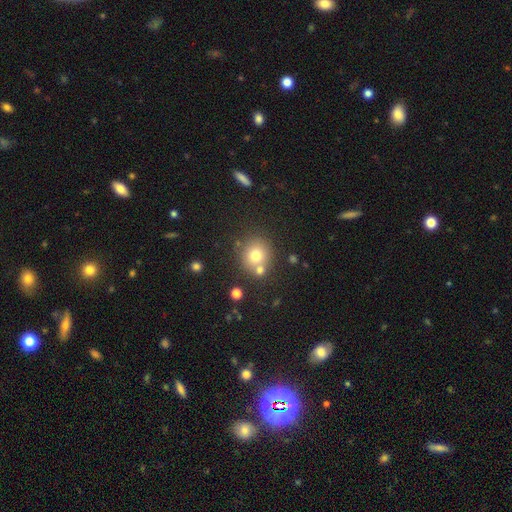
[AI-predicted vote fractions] Smooth or featured?
  - smooth: 72% *
  - star or artifact: 14%
  - featured or disk: 14%
How rounded?
  - round: 87% *
  - in between: 12%
  - cigar-shaped: 1%
Merging?
  - none: 66% *
  - merger: 21%
  - minor disturbance: 9%
  - major disturbance: 3%